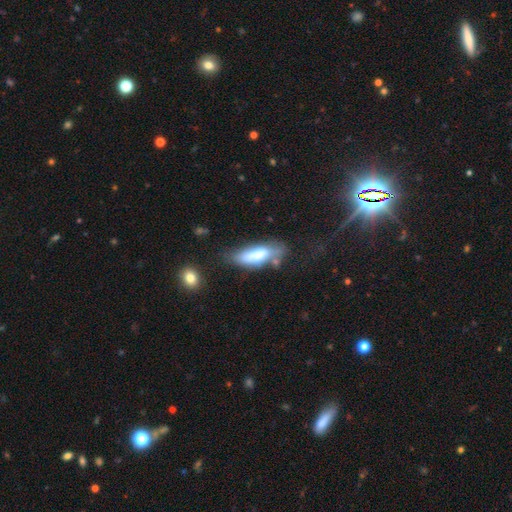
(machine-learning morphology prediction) The model was most divided on "how rounded": in between: 57%, cigar-shaped: 41%, round: 2%. Remaining: smooth or featured — smooth (65%); merging — none (49%).